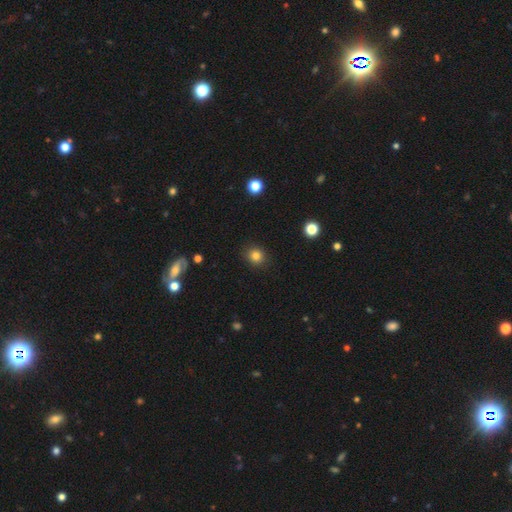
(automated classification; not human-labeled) Smooth or featured? Predicted: smooth (p=0.82). How rounded? Predicted: round (p=0.83). Merging? Predicted: none (p=0.90).